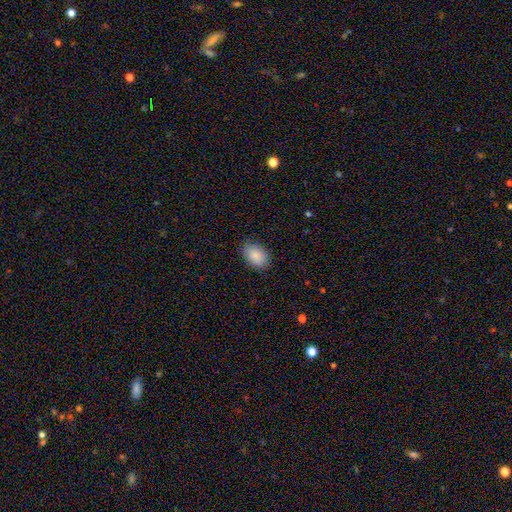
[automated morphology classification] A smooth galaxy with no disk features (89%) that is in between round and cigar-shaped (88%).

Vote fractions:
- Smooth or featured? smooth: 89% / star or artifact: 7% / featured or disk: 5%
- How rounded? in between: 88% / round: 11% / cigar-shaped: 1%
- Merging? none: 85% / minor disturbance: 12% / major disturbance: 3% / merger: 1%